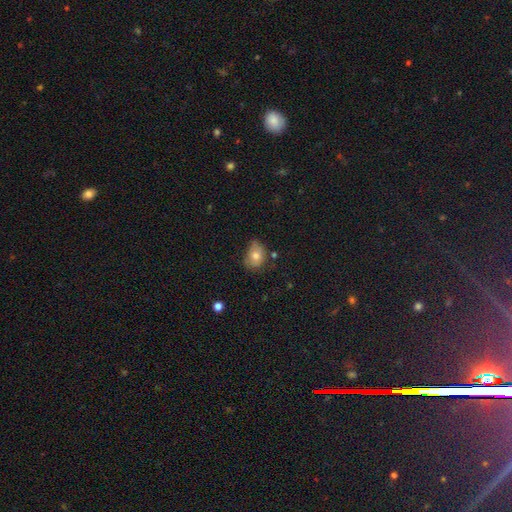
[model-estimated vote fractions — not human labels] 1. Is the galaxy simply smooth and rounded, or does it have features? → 74% smooth, 17% featured or disk, 10% star or artifact.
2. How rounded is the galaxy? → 55% in between, 44% round, 1% cigar-shaped.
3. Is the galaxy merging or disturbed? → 53% none, 34% minor disturbance, 8% major disturbance, 4% merger.